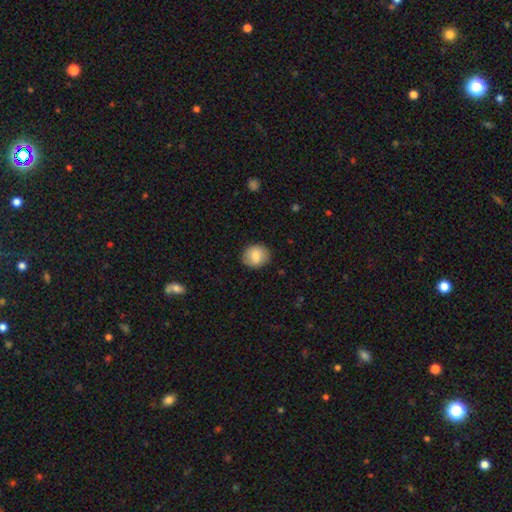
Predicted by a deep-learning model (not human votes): smooth_or_featured: smooth (p=0.80) [alt: featured or disk p=0.13]
how_rounded: round (p=0.73) [alt: in between p=0.26]
merging: none (p=0.86) [alt: minor disturbance p=0.10]